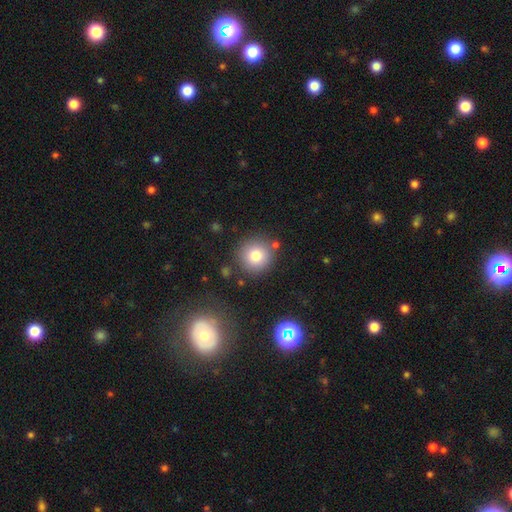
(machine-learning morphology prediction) smooth-or-featured: smooth: 78% | star or artifact: 12% | featured or disk: 11%
  how-rounded: round: 93% | in between: 6% | cigar-shaped: 1%
  merging: none: 81% | minor disturbance: 9% | merger: 6% | major disturbance: 4%